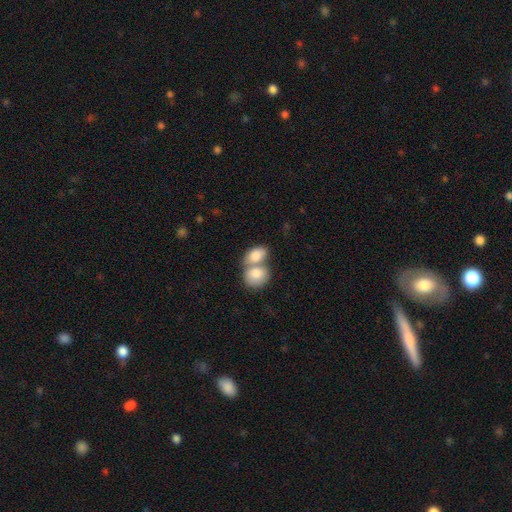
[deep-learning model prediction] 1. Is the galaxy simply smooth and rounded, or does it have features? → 83% smooth, 11% featured or disk, 6% star or artifact.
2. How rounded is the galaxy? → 81% in between, 18% round, 2% cigar-shaped.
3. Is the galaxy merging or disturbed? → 68% merger, 22% none, 7% minor disturbance, 3% major disturbance.